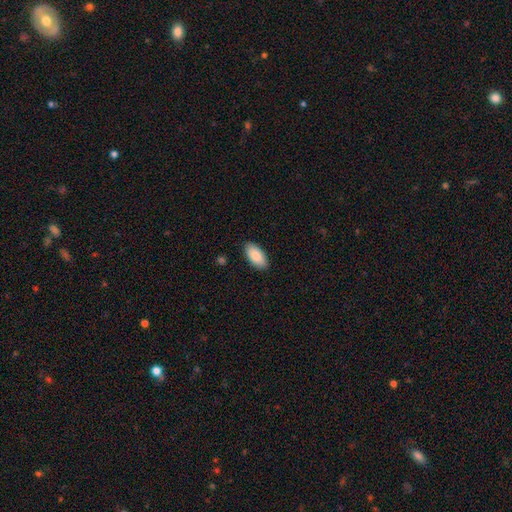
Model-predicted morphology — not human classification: Q: Smooth or featured?
A: smooth (88%); runner-up: star or artifact (6%)
Q: How rounded?
A: in between (94%); runner-up: cigar-shaped (4%)
Q: Merging?
A: none (88%); runner-up: minor disturbance (9%)